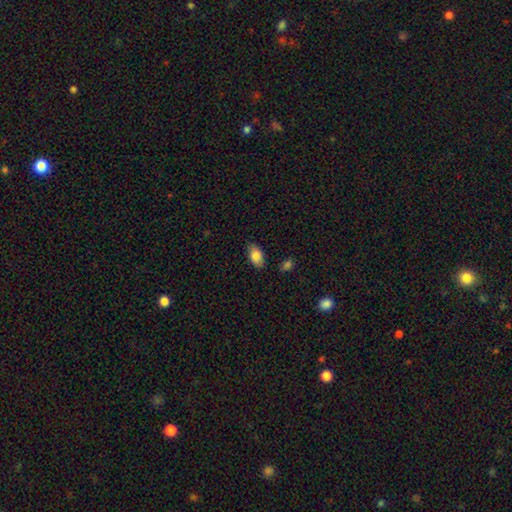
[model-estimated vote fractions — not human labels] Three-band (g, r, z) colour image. It shows a smooth galaxy with no disk features (82%) that is in between round and cigar-shaped (92%). Merging: none (83%).